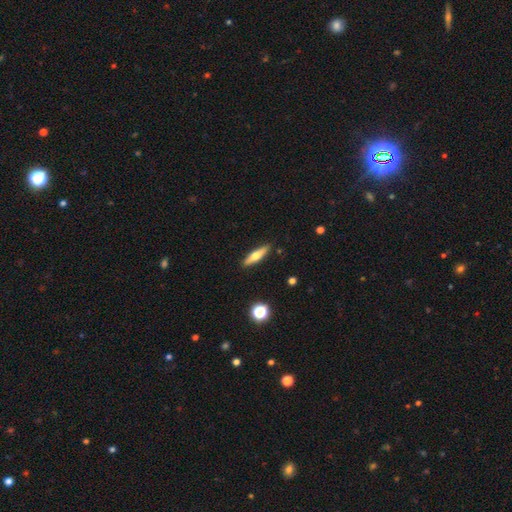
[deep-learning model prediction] A smooth galaxy with no disk features (50%).

Vote fractions:
- Smooth or featured? smooth: 50% / featured or disk: 44% / star or artifact: 7%
- Merging? none: 89% / minor disturbance: 8% / major disturbance: 2% / merger: 2%